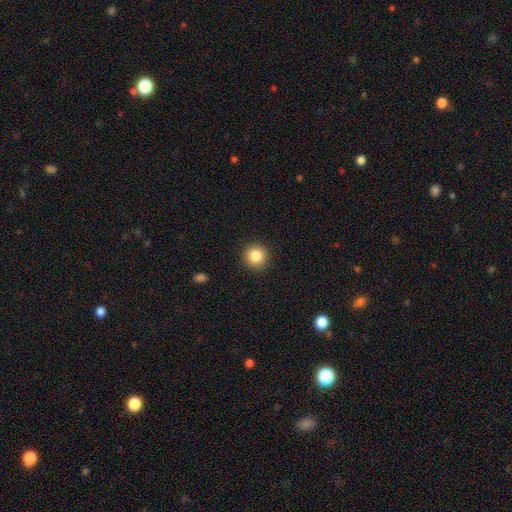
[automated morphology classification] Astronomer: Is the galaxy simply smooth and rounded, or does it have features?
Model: smooth — 85%.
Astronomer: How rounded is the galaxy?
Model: round — 94%.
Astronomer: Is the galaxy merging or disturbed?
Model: none — 92%.